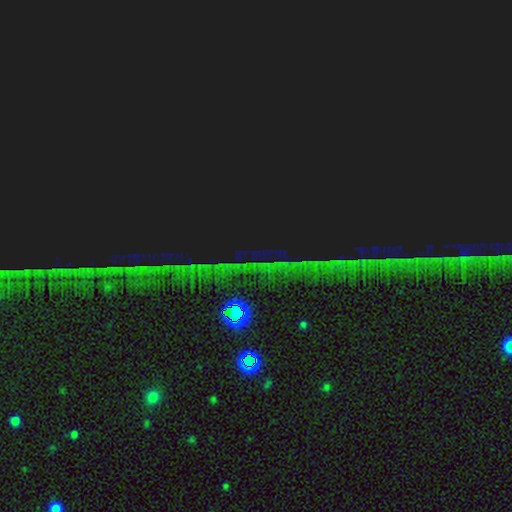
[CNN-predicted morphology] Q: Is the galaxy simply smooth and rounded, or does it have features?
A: star or artifact — 85%.